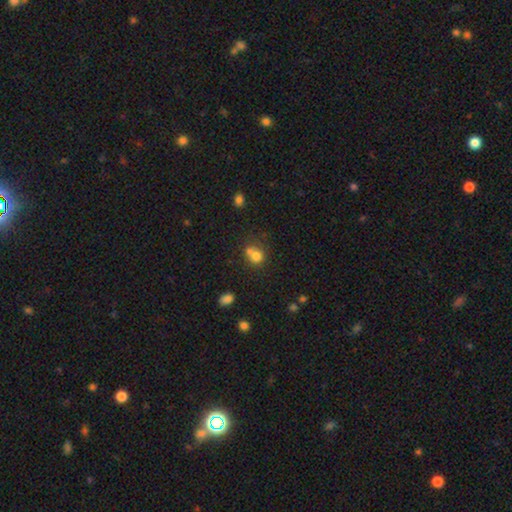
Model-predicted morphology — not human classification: This appears to be a smooth galaxy with no disk features (73%) that is round (72%). Merging: merger (48%).